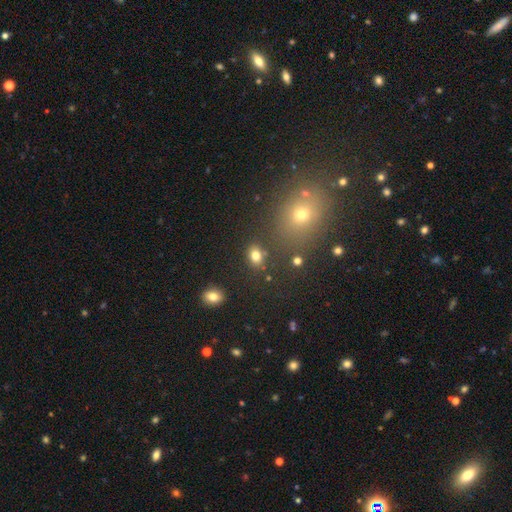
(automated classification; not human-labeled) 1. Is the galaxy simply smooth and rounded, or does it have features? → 79% smooth, 14% star or artifact, 7% featured or disk.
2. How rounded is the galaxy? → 59% in between, 39% round, 1% cigar-shaped.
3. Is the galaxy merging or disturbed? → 80% none, 10% minor disturbance, 6% merger, 4% major disturbance.